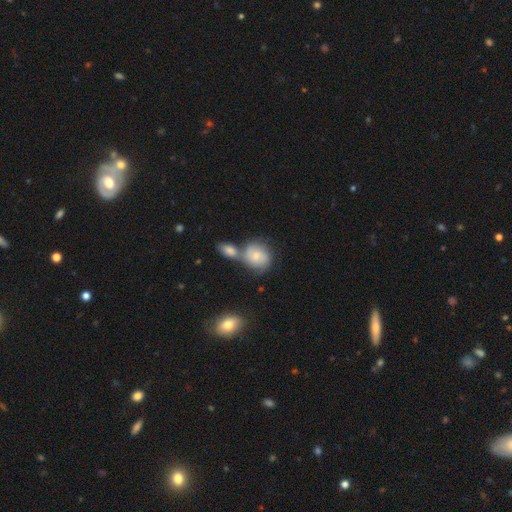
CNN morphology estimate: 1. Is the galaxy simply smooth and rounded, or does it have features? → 51% smooth, 40% featured or disk, 8% star or artifact.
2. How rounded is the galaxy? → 58% round, 40% in between, 2% cigar-shaped.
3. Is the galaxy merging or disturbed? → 45% merger, 36% none, 14% minor disturbance, 6% major disturbance.